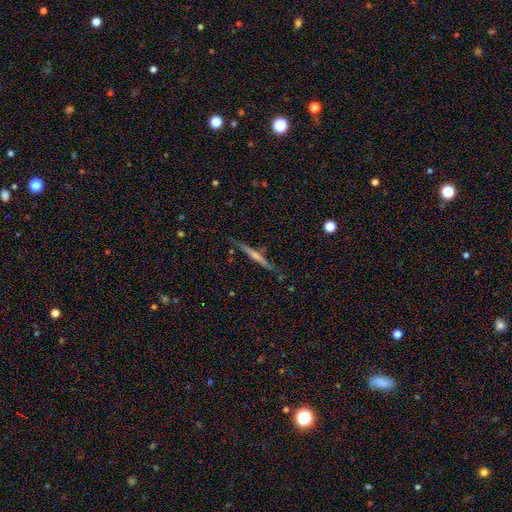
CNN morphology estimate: smooth-or-featured: featured or disk: 59% | smooth: 34% | star or artifact: 7%
  disk-edge-on: yes: 97% | no: 3%
    edge-on-bulge: none: 48% | rounded: 42% | boxy: 10%
  merging: none: 82% | minor disturbance: 13% | merger: 3% | major disturbance: 3%